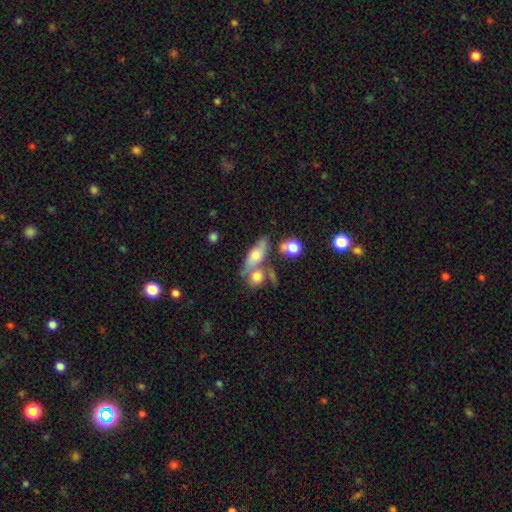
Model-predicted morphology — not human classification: Smooth or featured: smooth — 53% (featured or disk — 36%)
How rounded: in between — 64% (cigar-shaped — 26%)
Merging: none — 39% (merger — 36%)